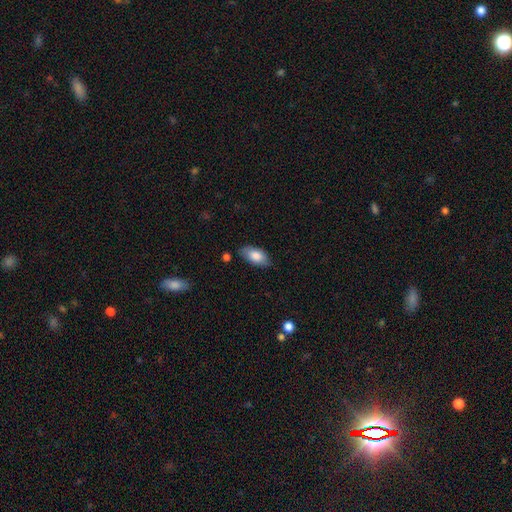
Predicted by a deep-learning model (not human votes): Smooth or featured?
  - smooth: 82% *
  - featured or disk: 12%
  - star or artifact: 6%
How rounded?
  - in between: 91% *
  - cigar-shaped: 6%
  - round: 3%
Merging?
  - none: 78% *
  - minor disturbance: 16%
  - major disturbance: 3%
  - merger: 2%